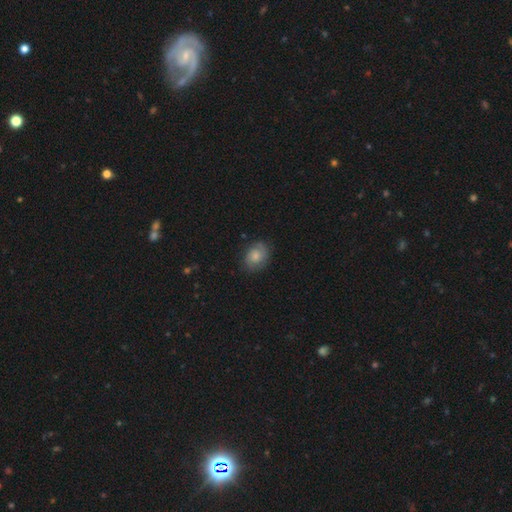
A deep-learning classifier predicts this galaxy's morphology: Smooth or featured: smooth — 52% (featured or disk — 40%)
How rounded: in between — 58% (round — 41%)
Merging: none — 78% (minor disturbance — 16%)